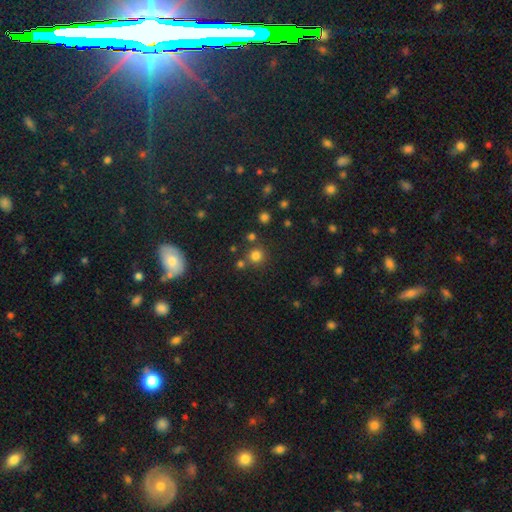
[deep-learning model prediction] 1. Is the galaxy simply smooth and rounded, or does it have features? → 77% smooth, 18% star or artifact, 5% featured or disk.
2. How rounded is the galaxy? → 92% round, 7% in between, 1% cigar-shaped.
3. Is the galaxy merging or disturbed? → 77% none, 12% merger, 8% minor disturbance, 3% major disturbance.